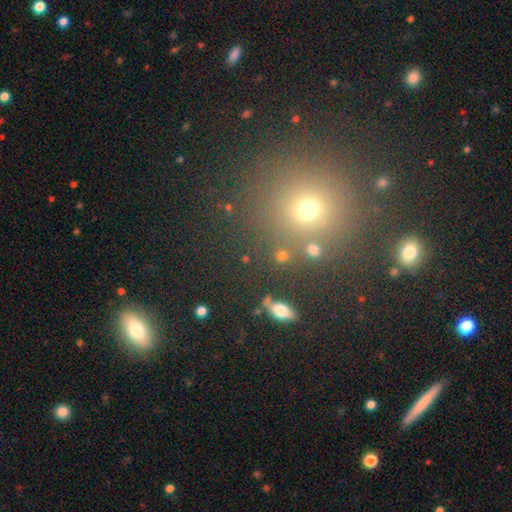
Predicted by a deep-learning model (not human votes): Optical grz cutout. It shows a smooth galaxy with no disk features (52%) that is round (89%). Merging: none (84%).